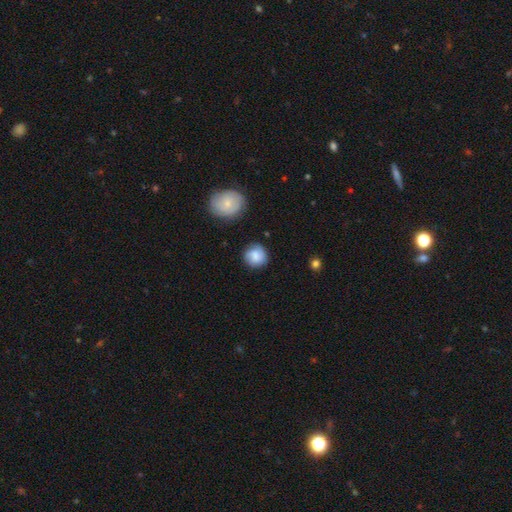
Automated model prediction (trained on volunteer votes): Q: Smooth or featured?
A: smooth (72%); runner-up: featured or disk (21%)
Q: How rounded?
A: round (88%); runner-up: in between (11%)
Q: Merging?
A: none (76%); runner-up: minor disturbance (16%)